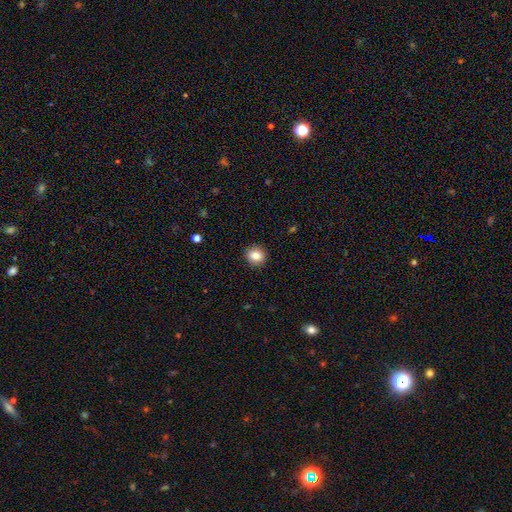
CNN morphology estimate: Smooth or featured?
  - smooth: 83% *
  - star or artifact: 10%
  - featured or disk: 7%
How rounded?
  - round: 81% *
  - in between: 18%
  - cigar-shaped: 1%
Merging?
  - none: 91% *
  - minor disturbance: 6%
  - major disturbance: 2%
  - merger: 1%